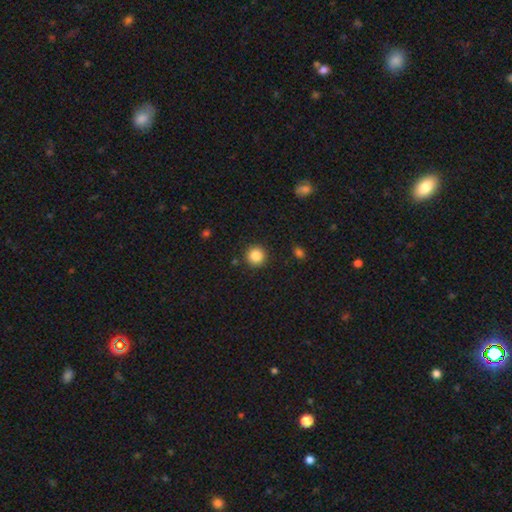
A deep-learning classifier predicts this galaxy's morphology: Smooth or featured: smooth — 85% (star or artifact — 10%)
How rounded: round — 95% (in between — 4%)
Merging: none — 90% (minor disturbance — 6%)